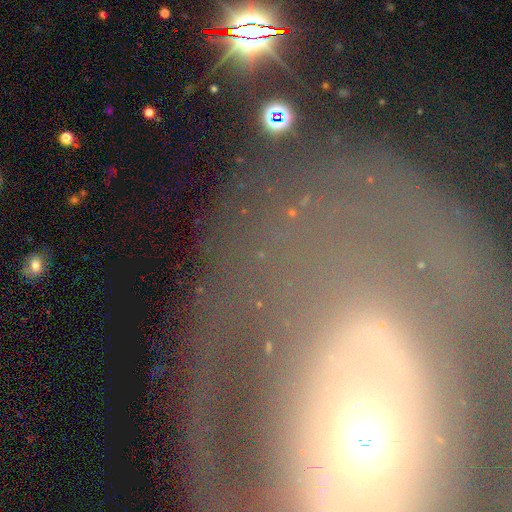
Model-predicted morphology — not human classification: smooth-or-featured: featured or disk: 70% | smooth: 17% | star or artifact: 13%
  disk-edge-on: no: 89% | yes: 11%
    bar: no: 47% | strong: 28% | weak: 25%
    has-spiral-arms: yes: 53% | no: 47%
    bulge-size: moderate: 62% | small: 16% | large: 16% | dominant: 4% | none: 2%
  merging: none: 65% | major disturbance: 19% | minor disturbance: 13% | merger: 4%